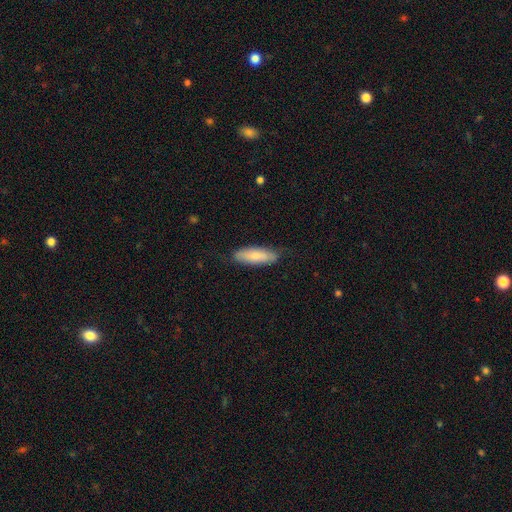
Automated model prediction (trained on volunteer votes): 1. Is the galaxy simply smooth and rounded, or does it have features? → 75% smooth, 20% featured or disk, 5% star or artifact.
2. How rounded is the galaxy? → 54% in between, 44% cigar-shaped, 2% round.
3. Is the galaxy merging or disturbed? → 77% none, 19% minor disturbance, 3% major disturbance, 1% merger.